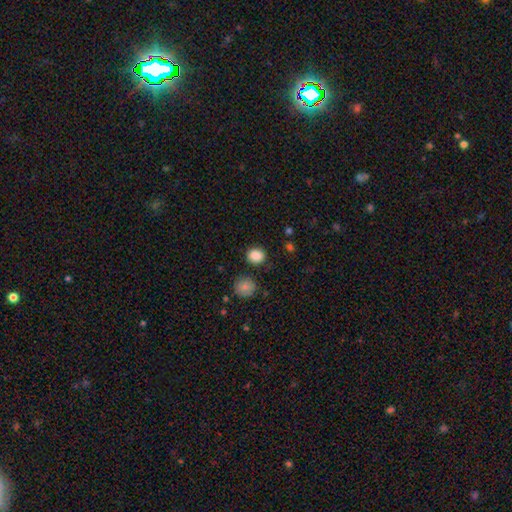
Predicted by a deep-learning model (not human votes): smooth-or-featured: smooth: 86% | star or artifact: 10% | featured or disk: 4%
  how-rounded: round: 72% | in between: 27% | cigar-shaped: 1%
  merging: none: 85% | minor disturbance: 9% | major disturbance: 3% | merger: 3%